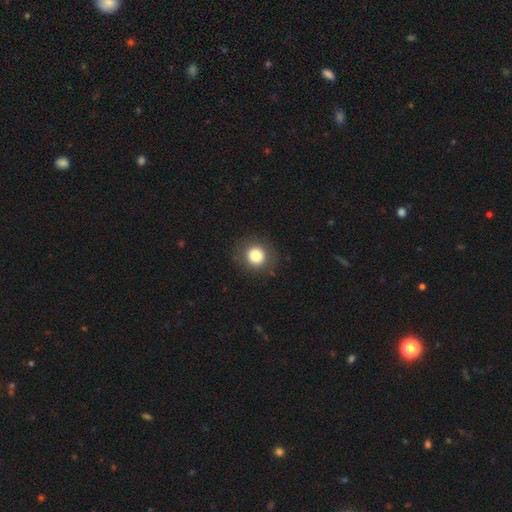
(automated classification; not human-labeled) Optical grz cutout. It shows a smooth galaxy with no disk features (81%) that is round (86%). Merging: none (88%).